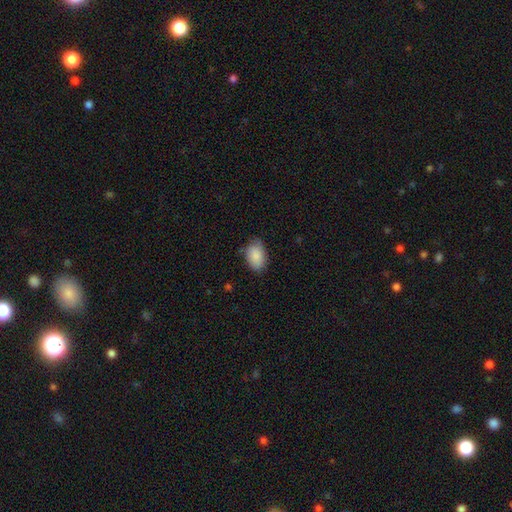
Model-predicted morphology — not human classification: A smooth galaxy with no disk features (88%) that is in between round and cigar-shaped (90%). Merging: none (74%).